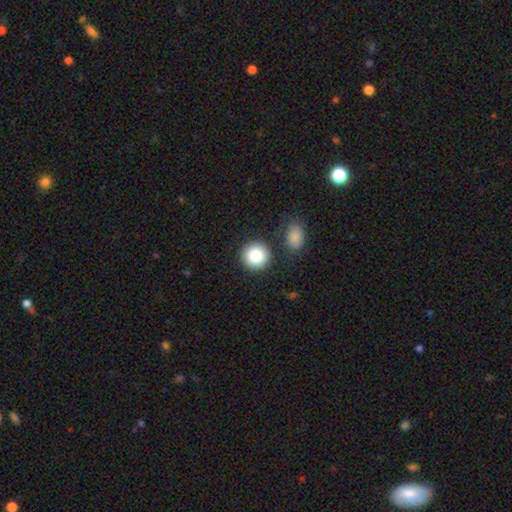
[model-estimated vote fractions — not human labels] smooth_or_featured: smooth (p=0.84) [alt: star or artifact p=0.09]
how_rounded: round (p=0.93) [alt: in between p=0.06]
merging: none (p=0.83) [alt: minor disturbance p=0.08]